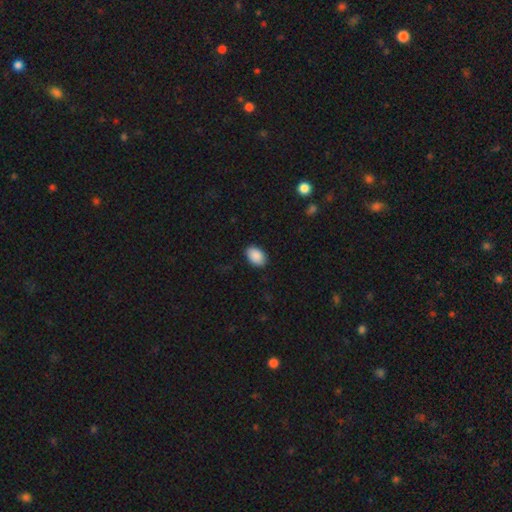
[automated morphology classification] smooth_or_featured: smooth (p=0.90) [alt: star or artifact p=0.07]
how_rounded: in between (p=0.87) [alt: round p=0.12]
merging: none (p=0.89) [alt: minor disturbance p=0.08]